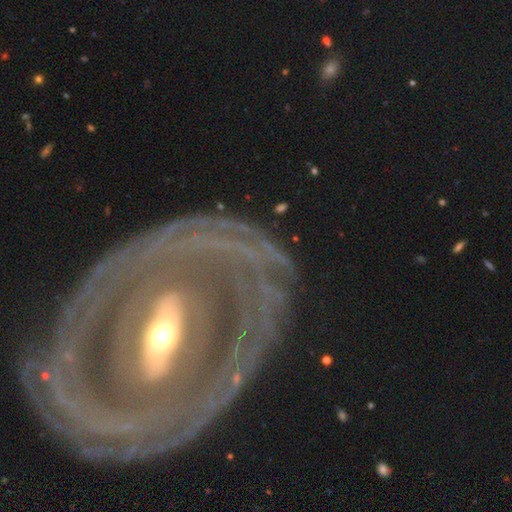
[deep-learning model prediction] Smooth or featured? Predicted: featured or disk (p=0.84). Edge-on disk? Predicted: no (p=0.86). Bar? Predicted: strong (p=0.59). Spiral arms? Predicted: yes (p=0.70). Spiral winding? Predicted: tight (p=0.72). Spiral arm count? Predicted: can't tell (p=0.37). Bulge size? Predicted: moderate (p=0.58). Merging? Predicted: none (p=0.76).